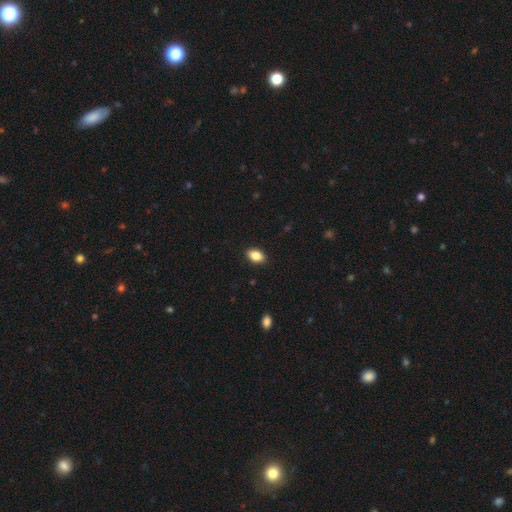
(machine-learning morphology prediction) Smooth or featured?
  - smooth: 86% *
  - star or artifact: 8%
  - featured or disk: 6%
How rounded?
  - in between: 89% *
  - round: 9%
  - cigar-shaped: 2%
Merging?
  - none: 90% *
  - minor disturbance: 8%
  - major disturbance: 2%
  - merger: 1%